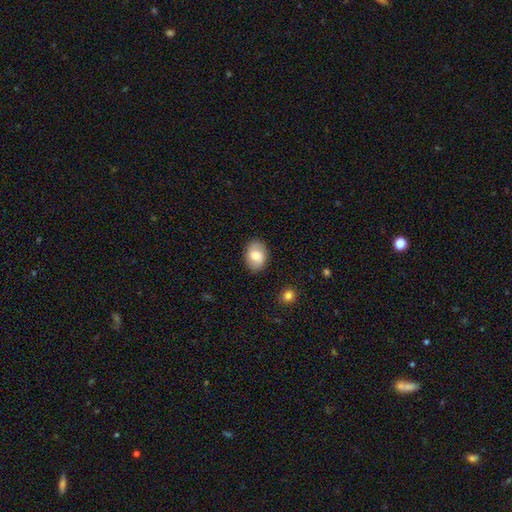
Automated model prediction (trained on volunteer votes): Smooth or featured: smooth — 71% (featured or disk — 22%)
How rounded: in between — 77% (round — 22%)
Merging: none — 86% (minor disturbance — 10%)